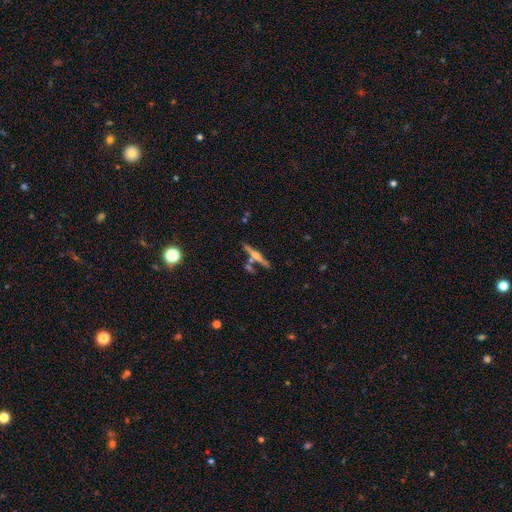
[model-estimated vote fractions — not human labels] smooth_or_featured: featured or disk (p=0.69) [alt: smooth p=0.23]
disk_edge_on: yes (p=0.97) [alt: no p=0.03]
edge_on_bulge: rounded (p=0.84) [alt: none p=0.08]
merging: none (p=0.73) [alt: merger p=0.14]